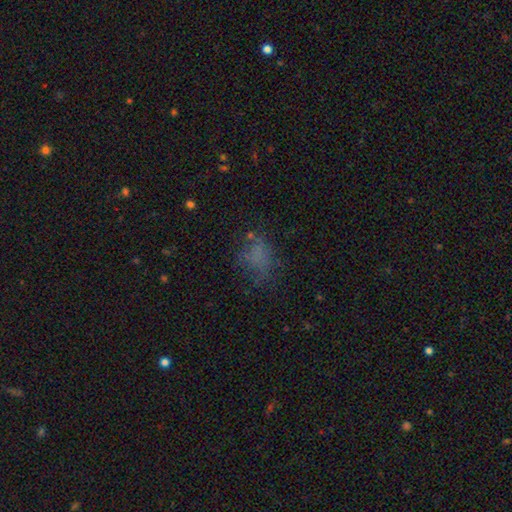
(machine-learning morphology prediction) smooth 58%, star or artifact 24%, featured or disk 18%. Down the decision tree: how rounded — in between (67%); merging — none (58%).